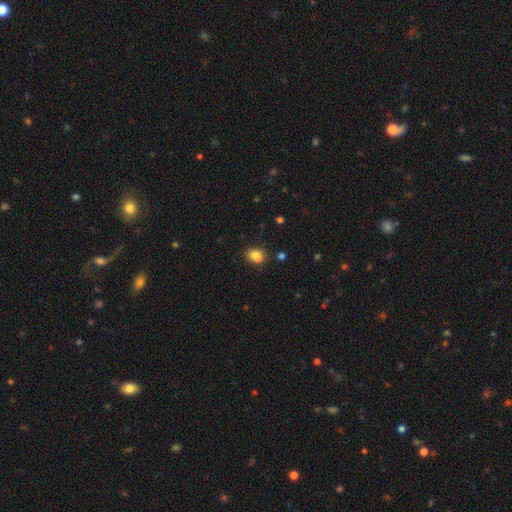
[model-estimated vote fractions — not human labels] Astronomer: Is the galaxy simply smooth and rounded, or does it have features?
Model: smooth — 77%.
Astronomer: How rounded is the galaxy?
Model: in between — 52% (runner-up: round, 47%).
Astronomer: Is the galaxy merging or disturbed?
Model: none — 53%.